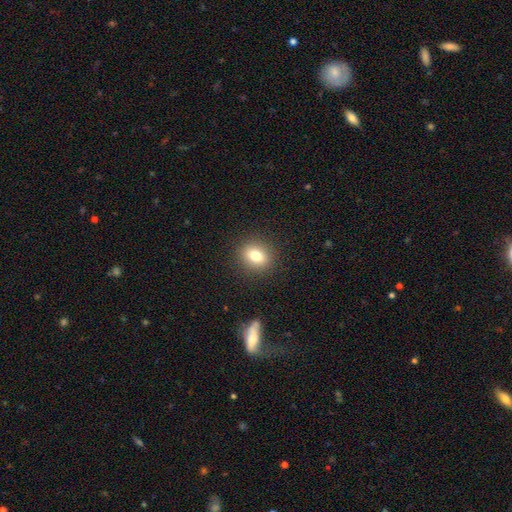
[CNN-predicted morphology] Smooth or featured?
  - smooth: 79% *
  - star or artifact: 11%
  - featured or disk: 10%
How rounded?
  - round: 56% *
  - in between: 42%
  - cigar-shaped: 1%
Merging?
  - none: 89% *
  - minor disturbance: 7%
  - major disturbance: 3%
  - merger: 1%